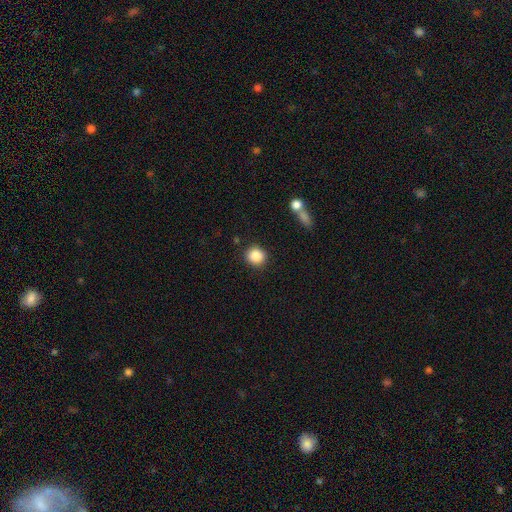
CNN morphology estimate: smooth-or-featured: smooth: 87% | star or artifact: 9% | featured or disk: 4%
  how-rounded: round: 87% | in between: 12% | cigar-shaped: 1%
  merging: none: 86% | minor disturbance: 8% | merger: 3% | major disturbance: 3%